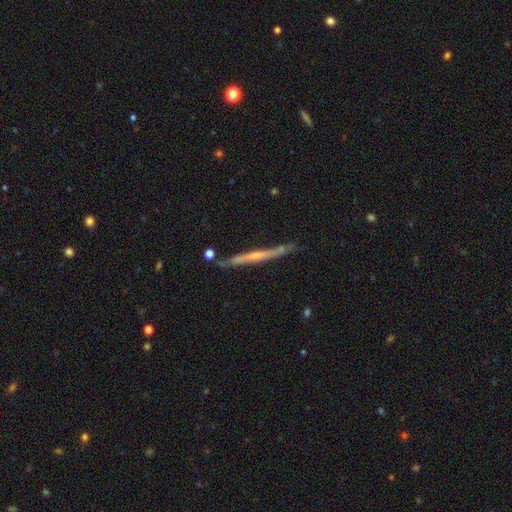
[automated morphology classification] Smooth or featured? featured or disk (72%)
Edge-on disk? yes (96%)
Edge-on bulge? none (52%)
Merging? none (78%)